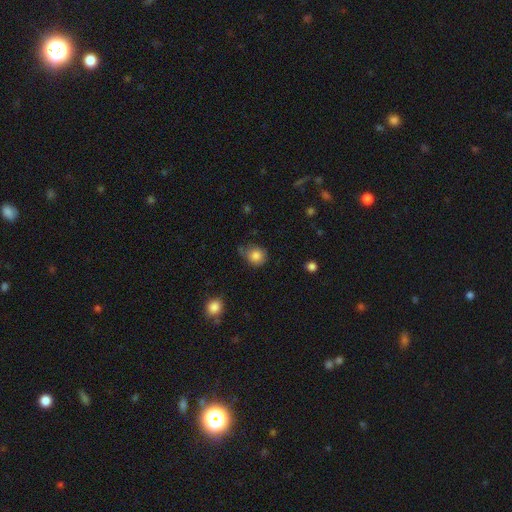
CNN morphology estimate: A smooth galaxy with no disk features (83%) that is round (76%).

Vote fractions:
- Smooth or featured? smooth: 83% / star or artifact: 10% / featured or disk: 7%
- How rounded? round: 76% / in between: 23% / cigar-shaped: 1%
- Merging? none: 58% / minor disturbance: 31% / major disturbance: 8% / merger: 3%